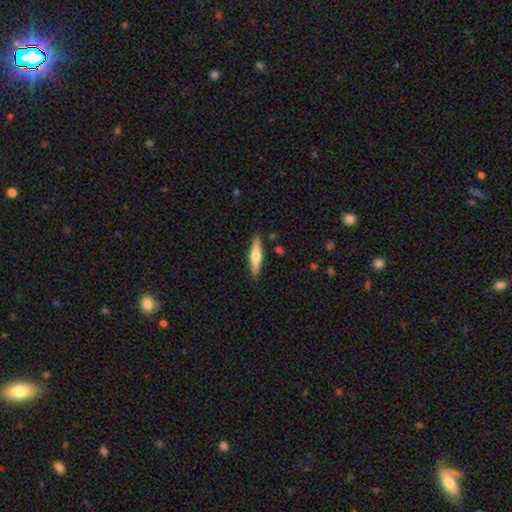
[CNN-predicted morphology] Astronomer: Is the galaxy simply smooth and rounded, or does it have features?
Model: smooth — 51% (runner-up: featured or disk, 43%).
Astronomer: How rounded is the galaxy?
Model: cigar-shaped — 81%.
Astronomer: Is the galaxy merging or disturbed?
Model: none — 88%.